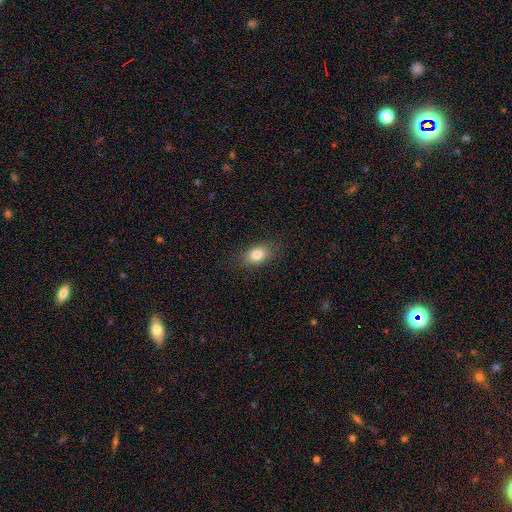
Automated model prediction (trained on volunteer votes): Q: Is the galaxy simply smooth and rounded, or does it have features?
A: smooth — 82%.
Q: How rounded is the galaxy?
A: in between — 82%.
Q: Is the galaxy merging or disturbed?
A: none — 85%.